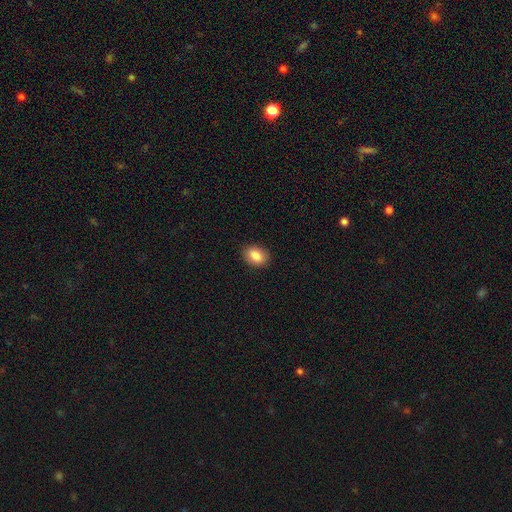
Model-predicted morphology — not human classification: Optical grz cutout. It shows a smooth galaxy with no disk features (85%) that is in between round and cigar-shaped (77%). Merging: none (89%).